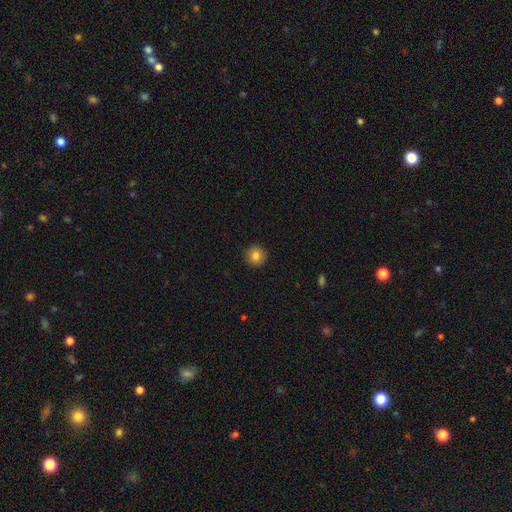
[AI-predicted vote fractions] Q: Smooth or featured?
A: smooth (84%); runner-up: star or artifact (10%)
Q: How rounded?
A: round (95%); runner-up: in between (4%)
Q: Merging?
A: none (92%); runner-up: minor disturbance (5%)